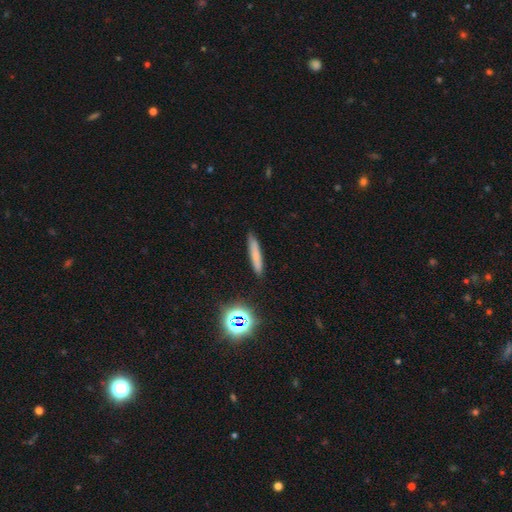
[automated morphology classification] Smooth or featured? smooth (71%)
How rounded? cigar-shaped (92%)
Merging? none (88%)